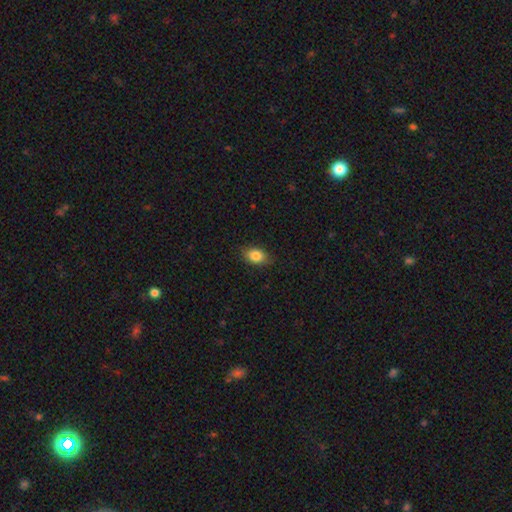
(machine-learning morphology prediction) The model was most divided on "how rounded": in between: 80%, round: 18%, cigar-shaped: 2%. More confident: smooth or featured — smooth (84%); merging — none (84%).